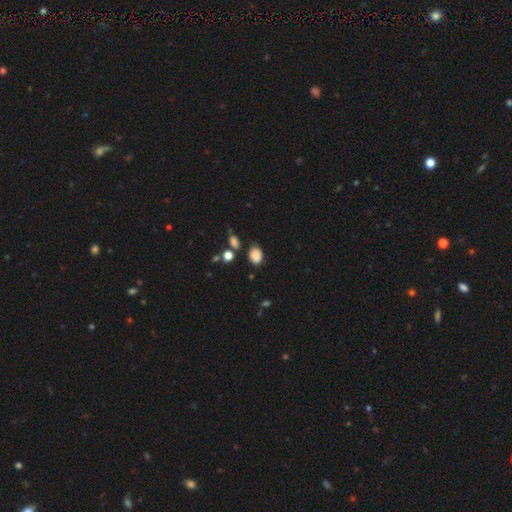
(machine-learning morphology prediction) Smooth or featured?
  - smooth: 83% *
  - star or artifact: 11%
  - featured or disk: 6%
How rounded?
  - in between: 63% *
  - round: 36%
  - cigar-shaped: 1%
Merging?
  - none: 70% *
  - minor disturbance: 19%
  - merger: 6%
  - major disturbance: 5%